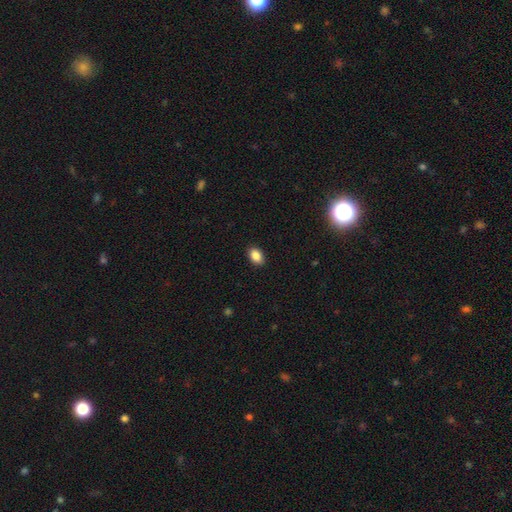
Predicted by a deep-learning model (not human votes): Overall: smooth (87%). How rounded: in between (86%). Merging: none (89%).